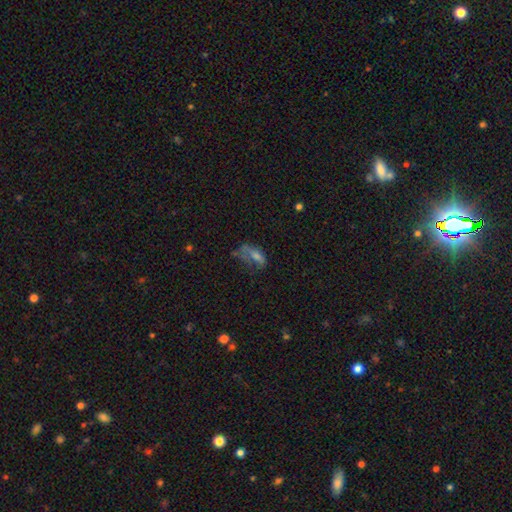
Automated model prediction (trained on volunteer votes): A smooth galaxy with no disk features (48%). Merging: major disturbance (41%).